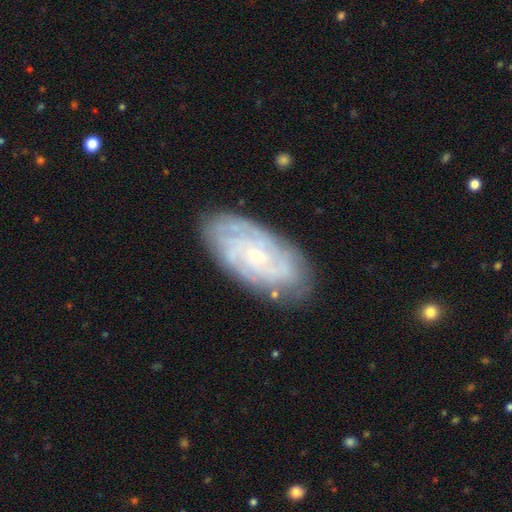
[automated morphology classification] This is likely a featured or disk galaxy (79%). It is clearly not viewed edge-on (94%). Bar: likely no (74%). Spiral arm pattern: clearly yes (94%). Spiral arm count: marginally can't tell (41%). Spiral winding: likely tight (71%). Central bulge: likely small (77%). Merging: clearly none (81%).